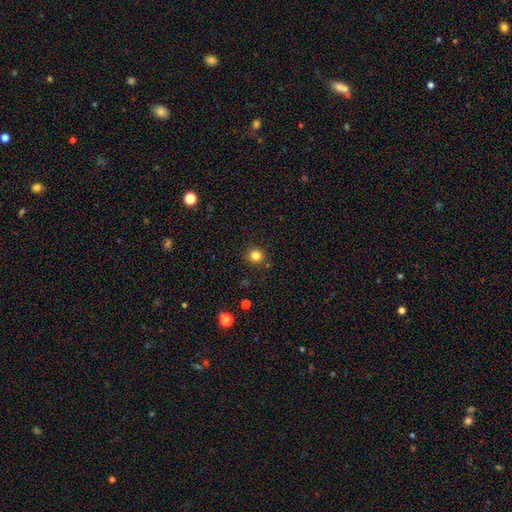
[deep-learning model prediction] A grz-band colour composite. It shows a smooth galaxy with no disk features (82%) that is round (93%). Merging: none (90%).